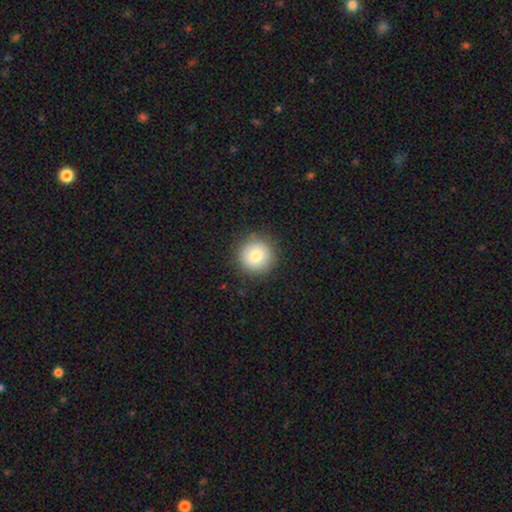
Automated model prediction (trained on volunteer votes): Smooth or featured? Predicted: smooth (p=0.81). How rounded? Predicted: round (p=0.95). Merging? Predicted: none (p=0.90).